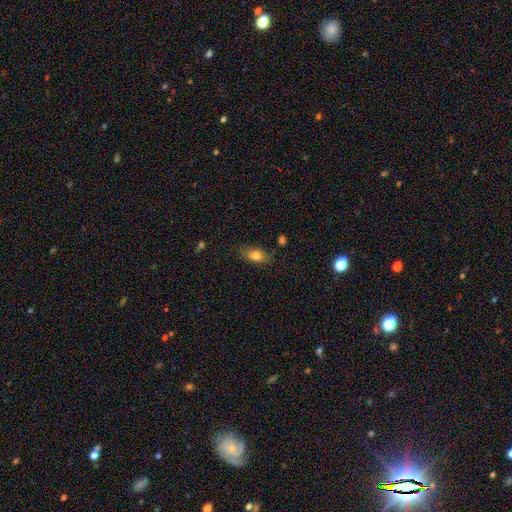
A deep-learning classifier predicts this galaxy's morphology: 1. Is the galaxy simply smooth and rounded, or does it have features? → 79% smooth, 12% featured or disk, 9% star or artifact.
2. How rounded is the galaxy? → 84% in between, 9% round, 7% cigar-shaped.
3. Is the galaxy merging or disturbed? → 79% none, 15% minor disturbance, 3% major disturbance, 2% merger.